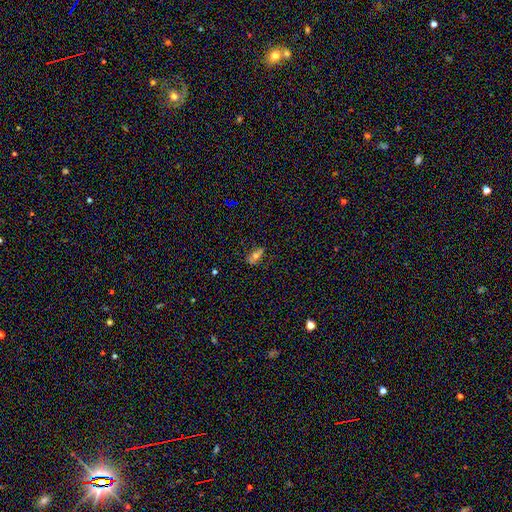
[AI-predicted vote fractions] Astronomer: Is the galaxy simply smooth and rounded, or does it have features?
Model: smooth — 56%.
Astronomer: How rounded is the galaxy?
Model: in between — 75%.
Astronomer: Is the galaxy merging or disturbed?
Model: none — 60%.